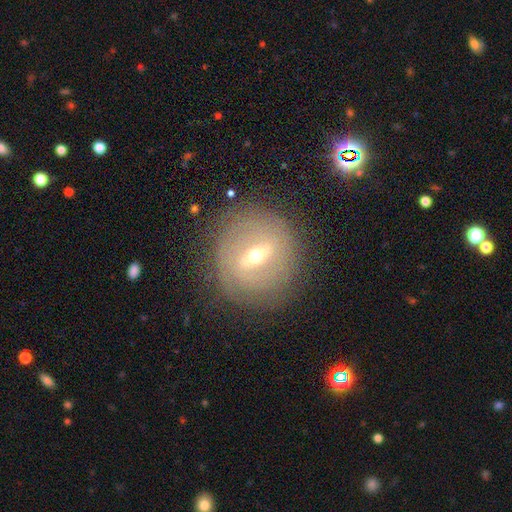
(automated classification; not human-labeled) This is likely a featured or disk galaxy (72%). It is clearly not viewed edge-on (86%). Bar: possibly strong (47%). Spiral arm pattern: possibly yes (56%). Central bulge: possibly moderate (51%). Merging: clearly none (82%).